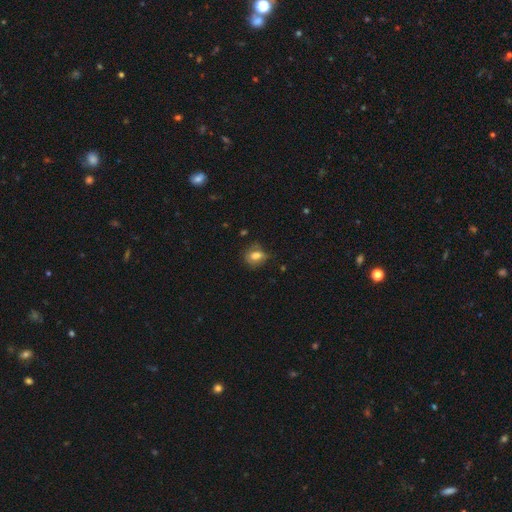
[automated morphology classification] Smooth or featured?
  - smooth: 74% *
  - featured or disk: 15%
  - star or artifact: 11%
How rounded?
  - in between: 56% *
  - round: 42%
  - cigar-shaped: 2%
Merging?
  - none: 59% *
  - minor disturbance: 26%
  - major disturbance: 10%
  - merger: 5%